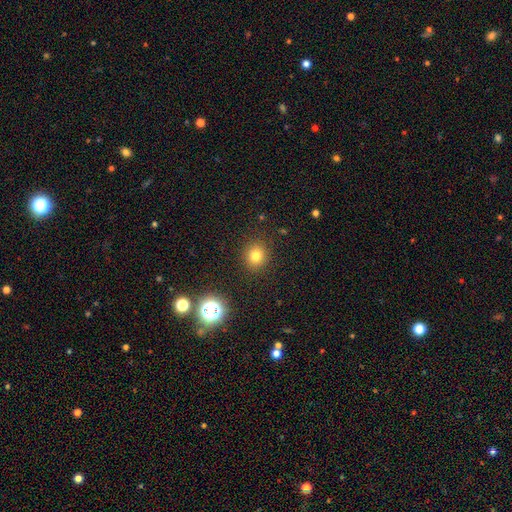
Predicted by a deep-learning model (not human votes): Smooth or featured? Predicted: smooth (p=0.77). How rounded? Predicted: round (p=0.84). Merging? Predicted: none (p=0.89).